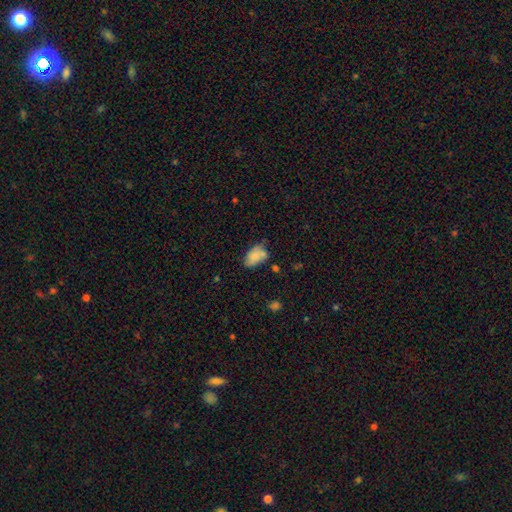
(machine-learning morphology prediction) Overall: smooth (73%). How rounded: in between (89%). Merging: none (45%; minor disturbance 33%).